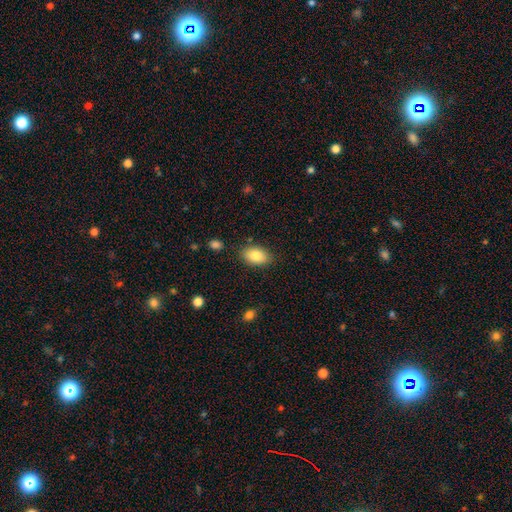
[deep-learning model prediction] smooth_or_featured: smooth (p=0.83) [alt: featured or disk p=0.10]
how_rounded: in between (p=0.90) [alt: round p=0.09]
merging: none (p=0.83) [alt: minor disturbance p=0.12]